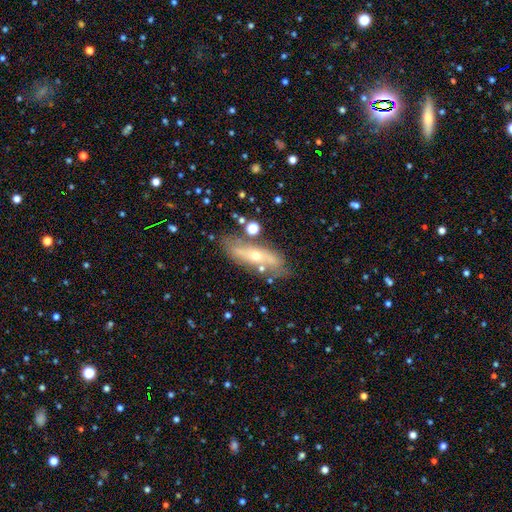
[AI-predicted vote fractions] Smooth or featured: featured or disk — 63% (smooth — 30%)
Edge-on disk: no — 61% (yes — 39%)
Merging: none — 69% (minor disturbance — 19%)